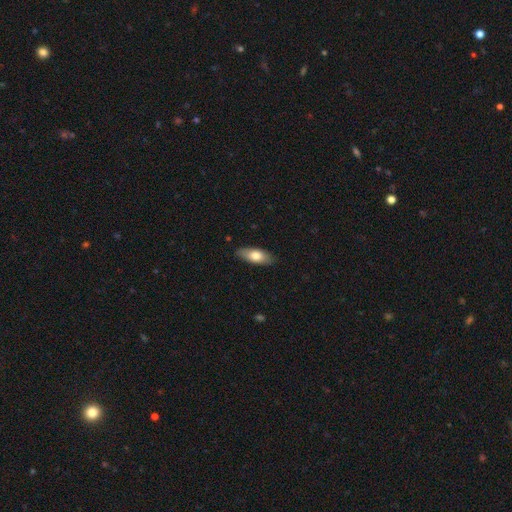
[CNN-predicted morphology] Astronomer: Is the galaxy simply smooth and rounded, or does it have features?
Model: smooth — 73%.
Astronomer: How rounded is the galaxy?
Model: in between — 78%.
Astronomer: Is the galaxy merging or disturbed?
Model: none — 85%.